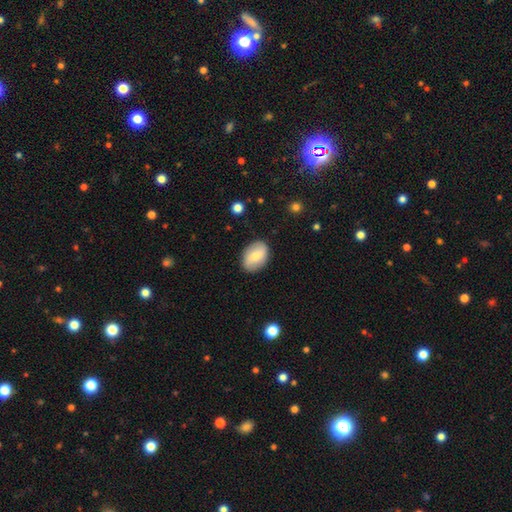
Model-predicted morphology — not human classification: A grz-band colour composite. It shows a smooth galaxy with no disk features (64%) that is in between round and cigar-shaped (80%). Merging: none (86%).